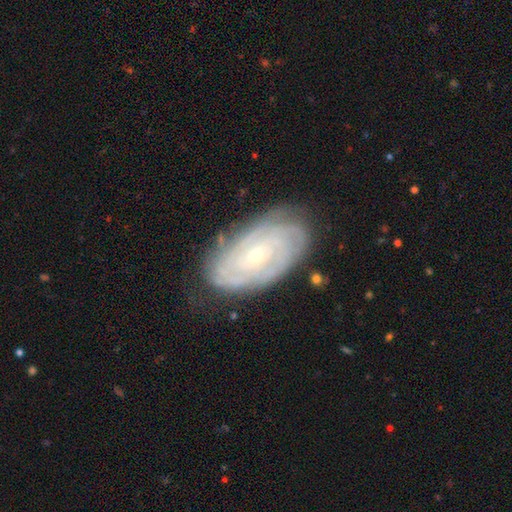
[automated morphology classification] Q: Smooth or featured?
A: featured or disk (82%); runner-up: smooth (12%)
Q: Edge-on disk?
A: no (95%); runner-up: yes (5%)
Q: Bar?
A: no (71%); runner-up: weak (23%)
Q: Spiral arms?
A: yes (94%); runner-up: no (6%)
Q: Spiral winding?
A: tight (80%); runner-up: medium (17%)
Q: Spiral arm count?
A: can't tell (40%); runner-up: 4 (19%)
Q: Bulge size?
A: small (75%); runner-up: moderate (22%)
Q: Merging?
A: none (78%); runner-up: minor disturbance (16%)